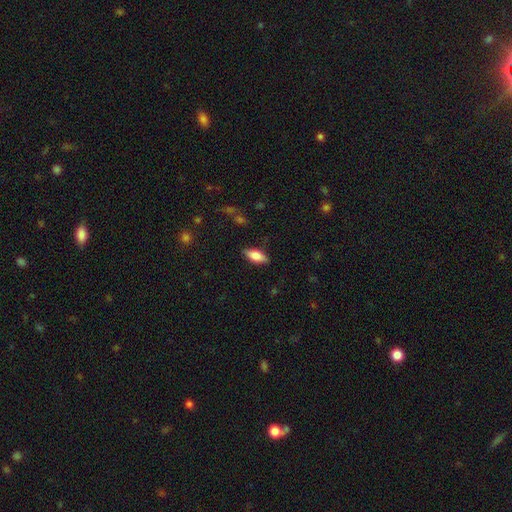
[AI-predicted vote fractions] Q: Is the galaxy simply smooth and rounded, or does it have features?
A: smooth — 77%.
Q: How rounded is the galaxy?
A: in between — 81%.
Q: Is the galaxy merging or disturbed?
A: none — 86%.